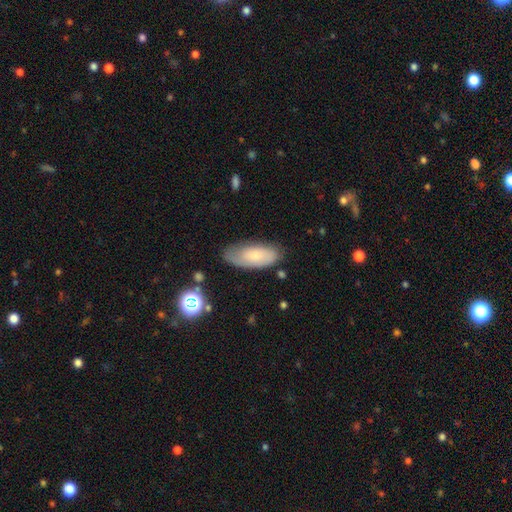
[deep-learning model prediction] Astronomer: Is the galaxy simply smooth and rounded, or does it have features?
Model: smooth — 65%.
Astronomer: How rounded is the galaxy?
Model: in between — 85%.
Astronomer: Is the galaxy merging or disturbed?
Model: none — 66%.